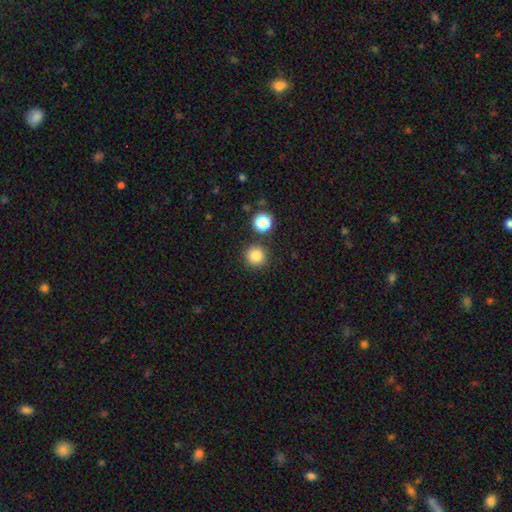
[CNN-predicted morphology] A smooth galaxy with no disk features (83%) that is round (95%).

Vote fractions:
- Smooth or featured? smooth: 83% / star or artifact: 12% / featured or disk: 5%
- How rounded? round: 95% / in between: 4% / cigar-shaped: 1%
- Merging? none: 86% / minor disturbance: 6% / merger: 5% / major disturbance: 2%